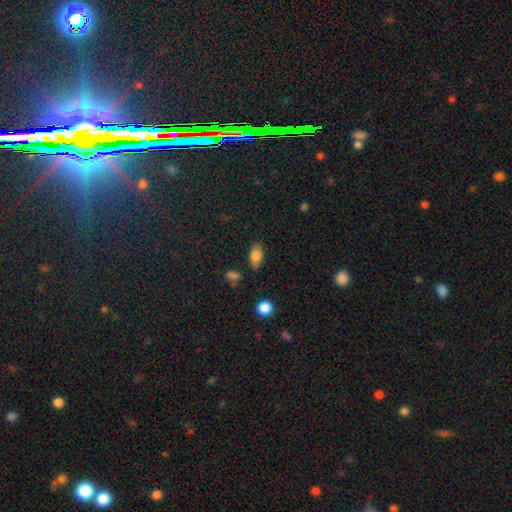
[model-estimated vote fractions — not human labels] Morphology: type=smooth (81%); roundness=in between (87%); merging=none (79%).